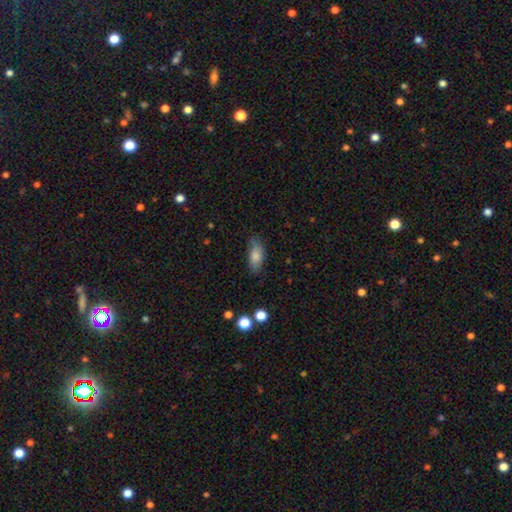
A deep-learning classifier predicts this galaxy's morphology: Smooth or featured? smooth (79%)
How rounded? in between (83%)
Merging? none (69%)